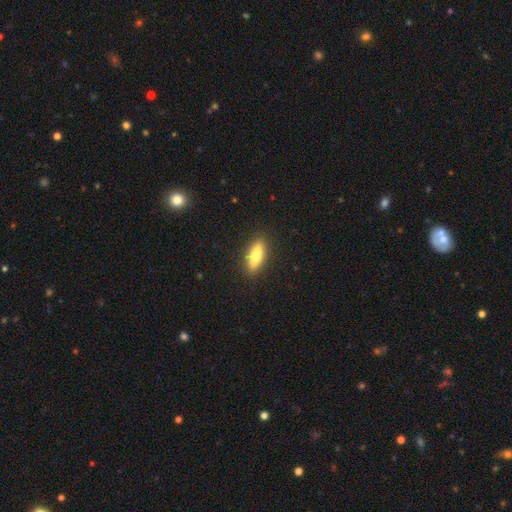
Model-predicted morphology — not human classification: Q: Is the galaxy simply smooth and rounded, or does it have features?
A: smooth — 72%.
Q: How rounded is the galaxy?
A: in between — 52%.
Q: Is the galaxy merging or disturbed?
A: none — 89%.